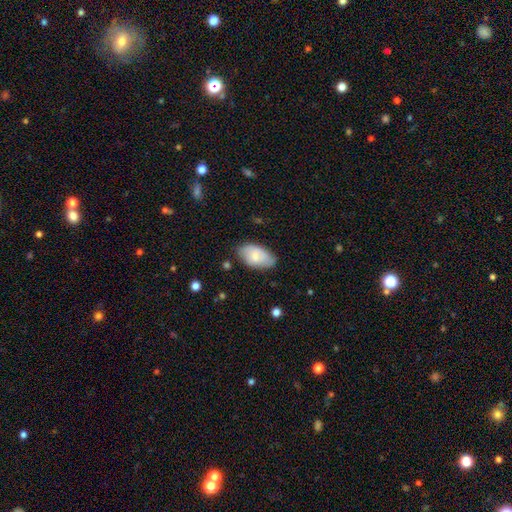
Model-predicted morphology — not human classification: Smooth or featured: smooth — 74% (featured or disk — 20%)
How rounded: in between — 95% (round — 3%)
Merging: none — 73% (minor disturbance — 22%)